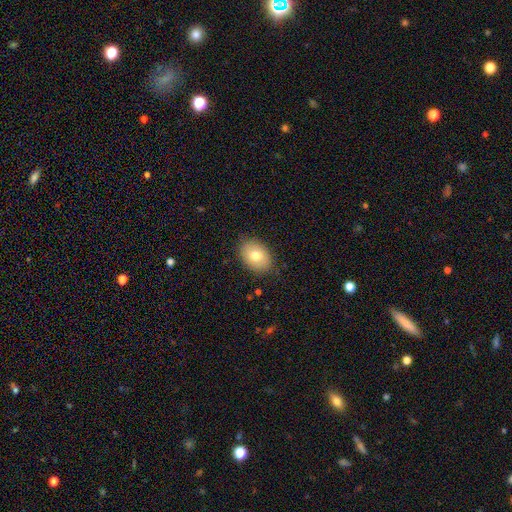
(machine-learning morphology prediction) smooth_or_featured: smooth (p=0.75) [alt: featured or disk p=0.17]
how_rounded: in between (p=0.76) [alt: round p=0.23]
merging: none (p=0.84) [alt: minor disturbance p=0.13]